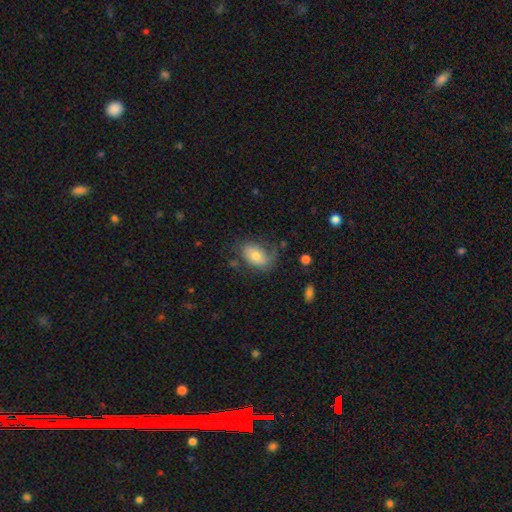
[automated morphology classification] type=smooth (63%); roundness=in between (87%); merging=none (55%).